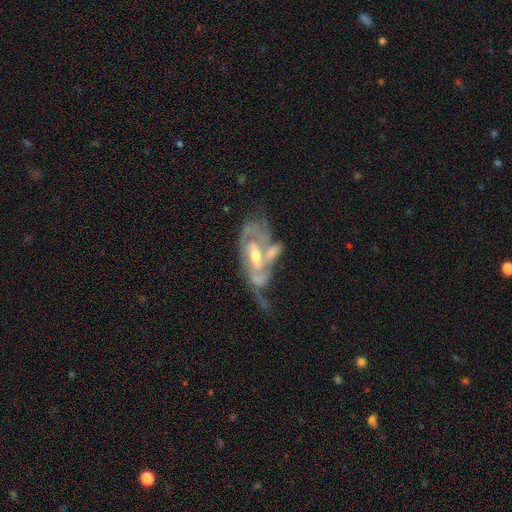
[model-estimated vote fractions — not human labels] Q: Smooth or featured?
A: featured or disk (82%); runner-up: smooth (12%)
Q: Edge-on disk?
A: no (92%); runner-up: yes (8%)
Q: Bar?
A: weak (41%); runner-up: no (33%)
Q: Spiral arms?
A: yes (83%); runner-up: no (17%)
Q: Spiral winding?
A: tight (43%); runner-up: medium (38%)
Q: Spiral arm count?
A: 2 (52%); runner-up: can't tell (31%)
Q: Bulge size?
A: moderate (61%); runner-up: small (32%)
Q: Merging?
A: merger (42%); runner-up: none (22%)